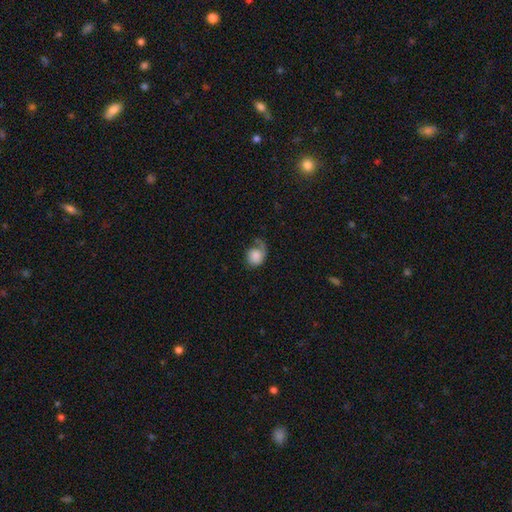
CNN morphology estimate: type=smooth (66%); roundness=round (58%); merging=none (34%).